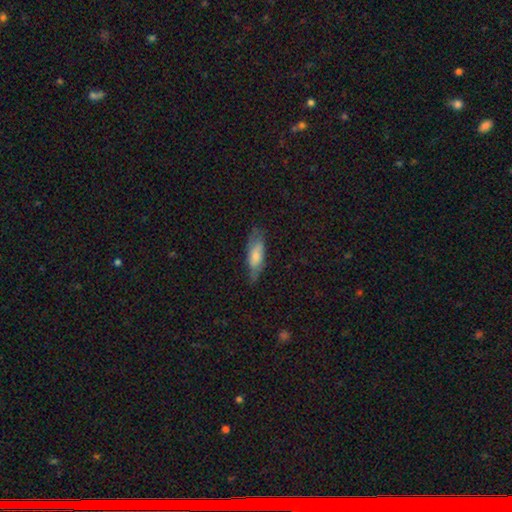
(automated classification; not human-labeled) Overall: smooth (67%; featured or disk 27%). How rounded: in between (60%; cigar-shaped 38%). Merging: none (65%; minor disturbance 25%).